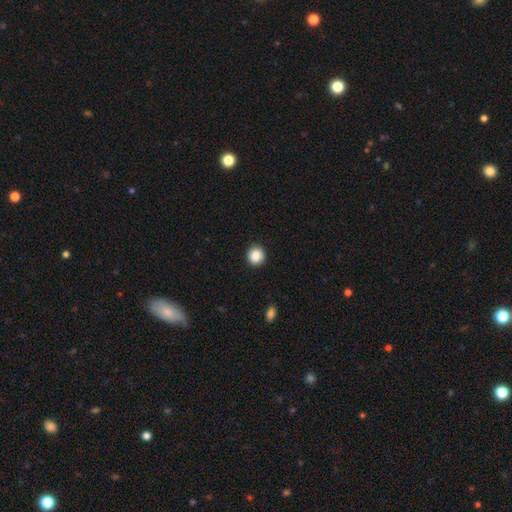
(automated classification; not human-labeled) A smooth galaxy with no disk features (88%) that is round (90%).

Vote fractions:
- Smooth or featured? smooth: 88% / star or artifact: 9% / featured or disk: 3%
- How rounded? round: 90% / in between: 9% / cigar-shaped: 1%
- Merging? none: 91% / minor disturbance: 6% / major disturbance: 2% / merger: 1%